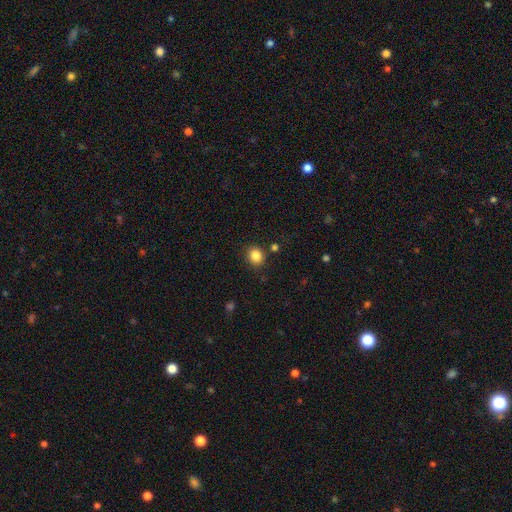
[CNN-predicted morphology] Smooth or featured? Predicted: smooth (p=0.85). How rounded? Predicted: round (p=0.71). Merging? Predicted: none (p=0.86).